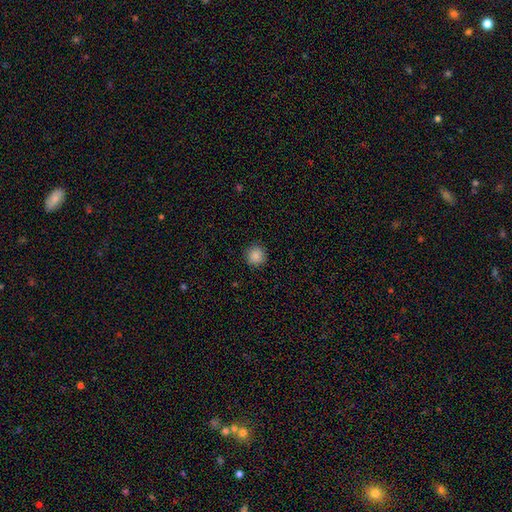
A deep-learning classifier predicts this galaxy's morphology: Smooth or featured? Predicted: smooth (p=0.87). How rounded? Predicted: round (p=0.95). Merging? Predicted: none (p=0.92).